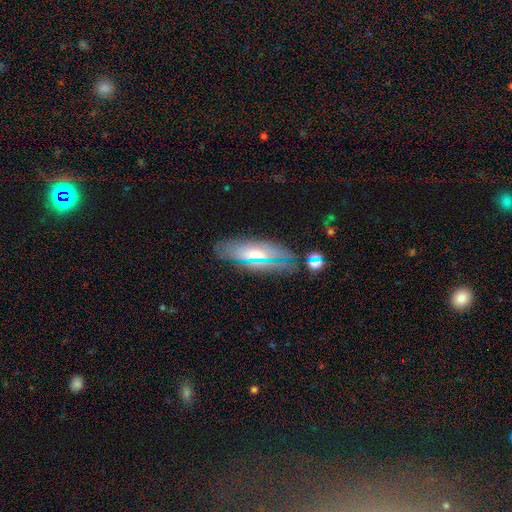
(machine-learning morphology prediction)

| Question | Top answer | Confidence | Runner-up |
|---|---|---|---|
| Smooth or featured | featured or disk | 47% | smooth (39%) |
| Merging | none | 80% | minor disturbance (13%) |